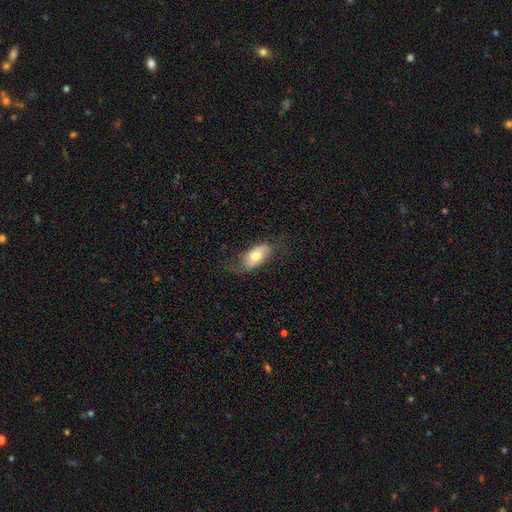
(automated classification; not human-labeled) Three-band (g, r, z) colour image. It shows a smooth galaxy with no disk features (60%) that is in between round and cigar-shaped (91%). Merging: none (64%).